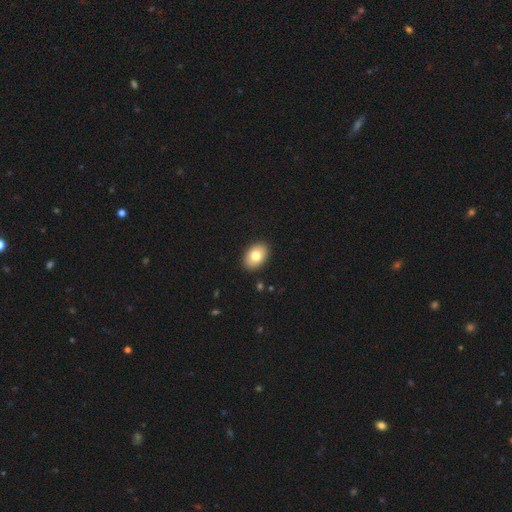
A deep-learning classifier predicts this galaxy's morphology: Smooth or featured? Predicted: smooth (p=0.78). How rounded? Predicted: in between (p=0.85). Merging? Predicted: none (p=0.90).